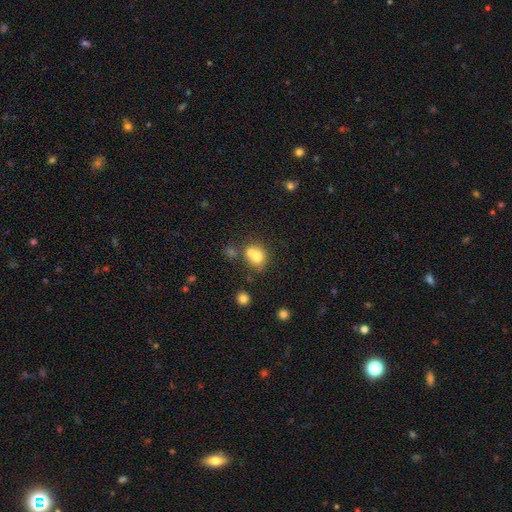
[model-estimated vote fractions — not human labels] A smooth galaxy with no disk features (72%) that is round (63%). Merging: merger (49%).